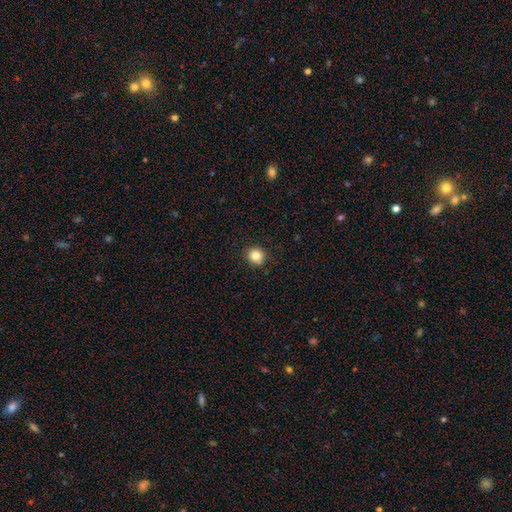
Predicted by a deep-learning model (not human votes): The model was most divided on "smooth or featured": smooth: 83%, star or artifact: 11%, featured or disk: 5%. More confident: how rounded — round (89%); merging — none (88%).